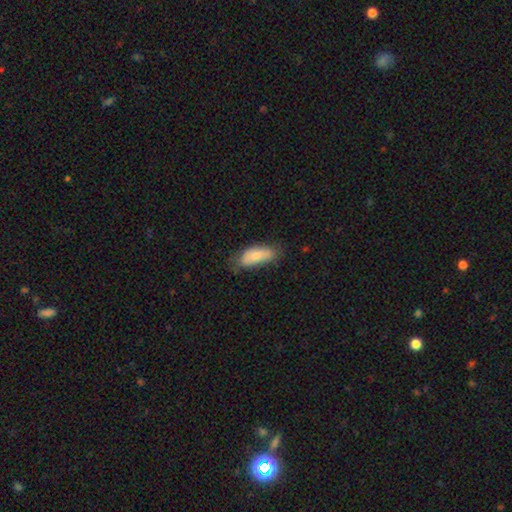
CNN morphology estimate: Smooth or featured? smooth (78%)
How rounded? in between (80%)
Merging? none (58%)